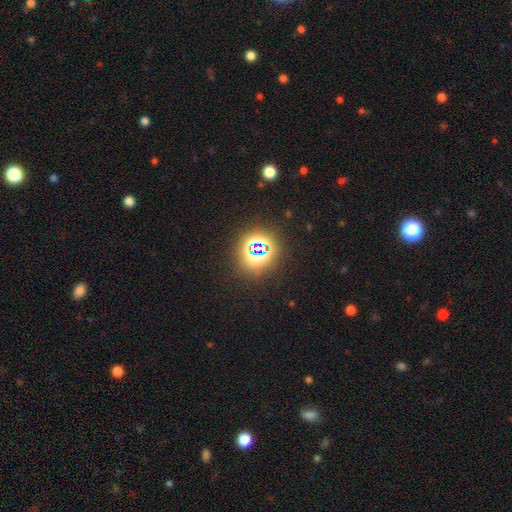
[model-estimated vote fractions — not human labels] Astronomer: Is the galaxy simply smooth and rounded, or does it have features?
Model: star or artifact — 73%.